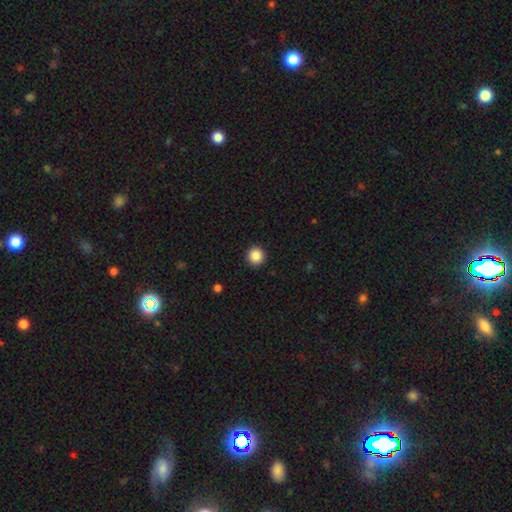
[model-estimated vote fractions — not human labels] The model was most divided on "smooth or featured": smooth: 87%, star or artifact: 9%, featured or disk: 3%. More confident: how rounded — round (94%); merging — none (93%).